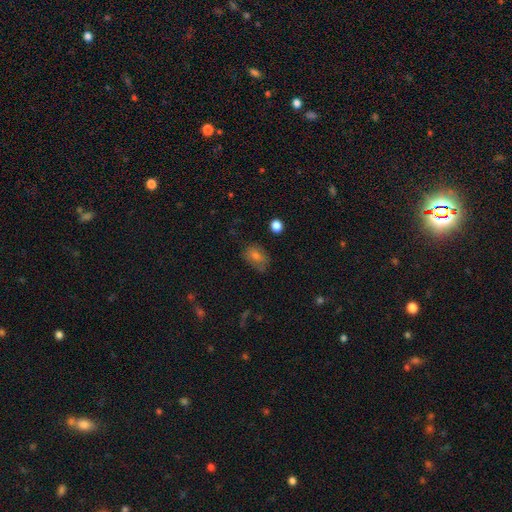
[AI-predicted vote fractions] smooth-or-featured: smooth: 70% | featured or disk: 15% | star or artifact: 15%
  how-rounded: in between: 73% | round: 25% | cigar-shaped: 2%
  merging: none: 65% | minor disturbance: 25% | major disturbance: 8% | merger: 2%